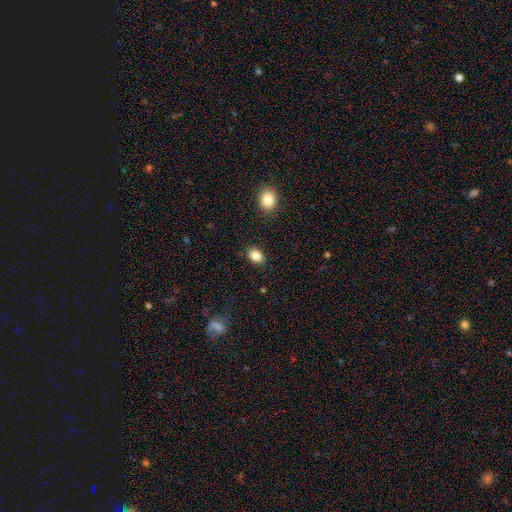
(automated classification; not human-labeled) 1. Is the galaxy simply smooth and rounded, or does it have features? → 84% smooth, 9% star or artifact, 6% featured or disk.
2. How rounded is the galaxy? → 79% in between, 19% round, 1% cigar-shaped.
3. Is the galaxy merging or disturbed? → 86% none, 10% minor disturbance, 3% major disturbance, 1% merger.